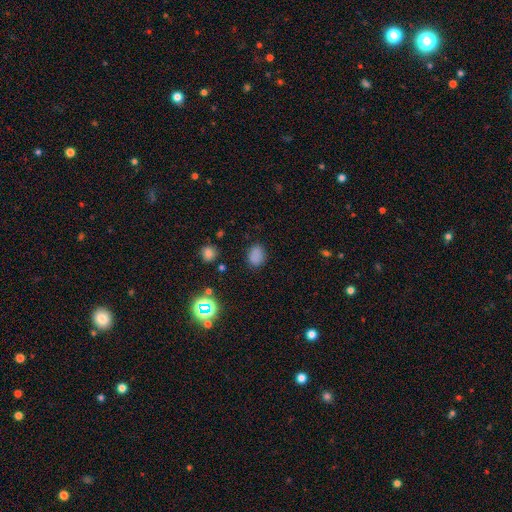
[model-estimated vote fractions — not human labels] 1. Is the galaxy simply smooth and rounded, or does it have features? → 77% smooth, 18% star or artifact, 5% featured or disk.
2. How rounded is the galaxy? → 67% in between, 32% round, 1% cigar-shaped.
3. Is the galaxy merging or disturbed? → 81% none, 13% minor disturbance, 4% major disturbance, 2% merger.